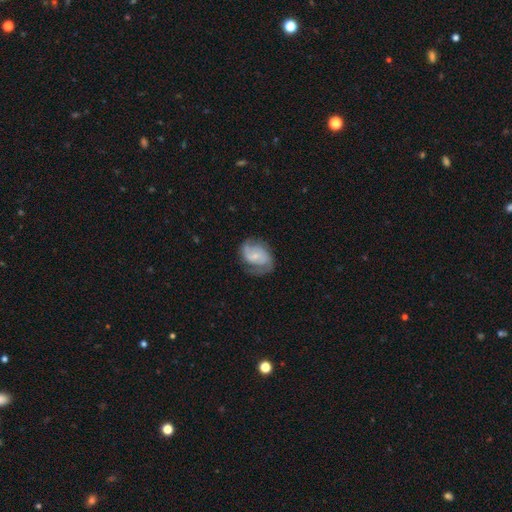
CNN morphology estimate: Smooth or featured? featured or disk (75%)
Edge-on disk? no (98%)
Bar? no (49%)
Spiral arms? yes (93%)
Spiral winding? medium (48%)
Spiral arm count? 2 (78%)
Bulge size? small (62%)
Merging? none (64%)